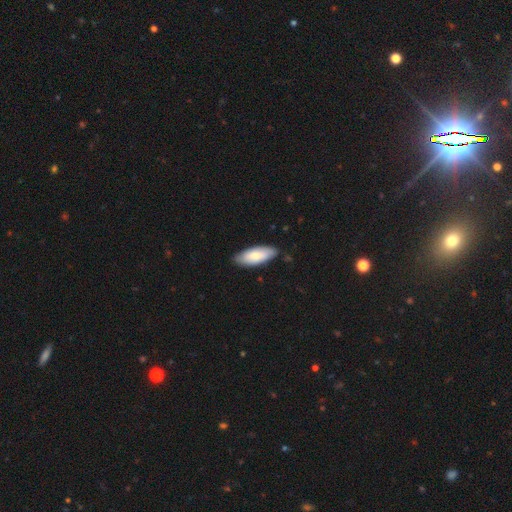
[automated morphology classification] This is likely a smooth galaxy (74%). How rounded: likely in between (79%). Merging: clearly none (83%).